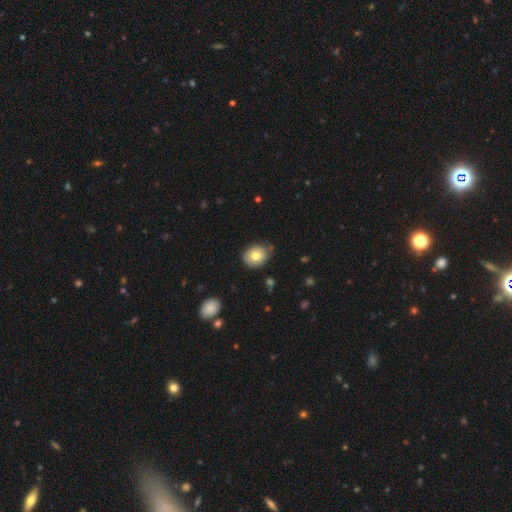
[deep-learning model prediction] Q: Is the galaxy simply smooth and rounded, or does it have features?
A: smooth — 76%.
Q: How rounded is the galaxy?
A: round — 64%.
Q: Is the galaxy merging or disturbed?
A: none — 76%.